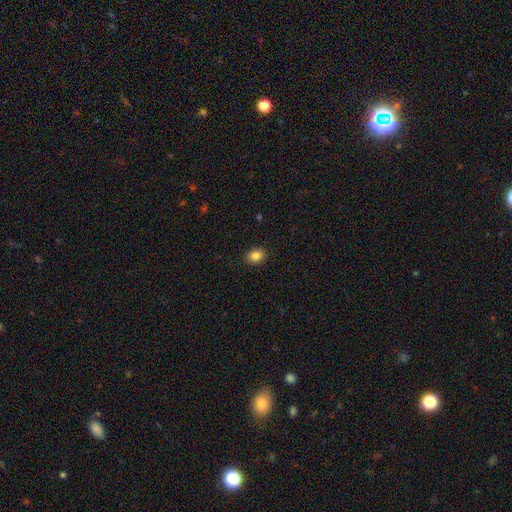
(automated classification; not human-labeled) Q: Smooth or featured?
A: smooth (86%); runner-up: star or artifact (9%)
Q: How rounded?
A: in between (65%); runner-up: round (34%)
Q: Merging?
A: none (90%); runner-up: minor disturbance (7%)